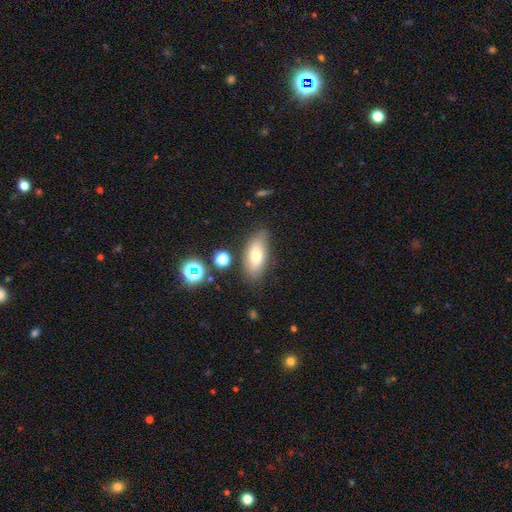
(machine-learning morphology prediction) smooth_or_featured: smooth (p=0.72) [alt: featured or disk p=0.20]
how_rounded: in between (p=0.84) [alt: cigar-shaped p=0.12]
merging: none (p=0.75) [alt: minor disturbance p=0.17]